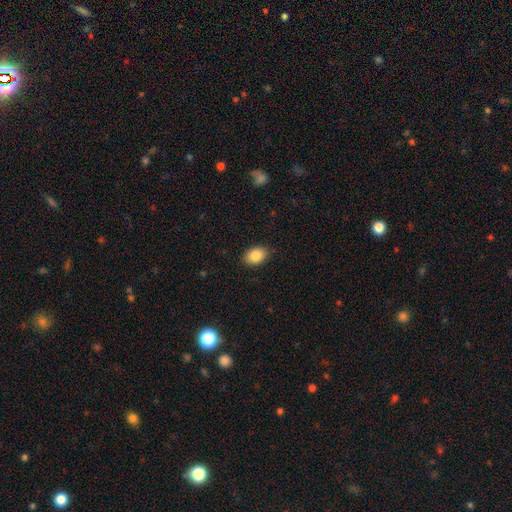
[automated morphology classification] This is clearly a smooth galaxy (86%). How rounded: likely in between (76%). Merging: clearly none (86%).